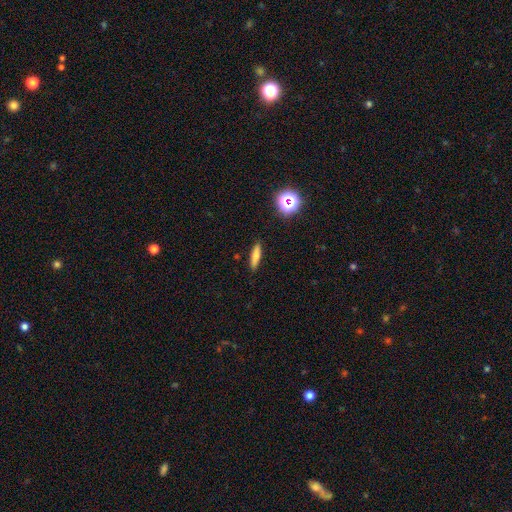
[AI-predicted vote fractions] The model was most divided on "smooth or featured": smooth: 68%, featured or disk: 21%, star or artifact: 11%. More confident: merging — none (89%); how rounded — cigar-shaped (73%).